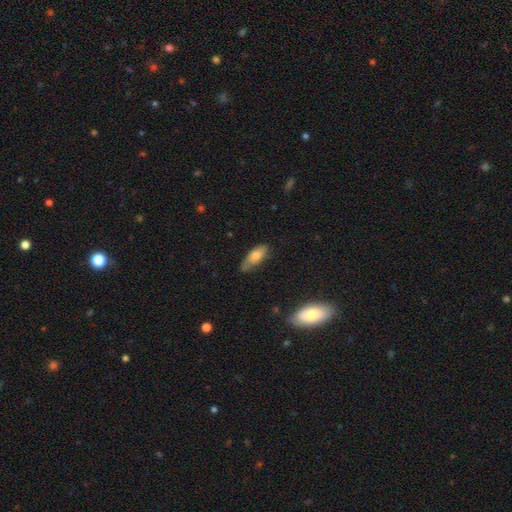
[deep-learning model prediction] This is likely a smooth galaxy (74%). How rounded: likely in between (73%). Merging: possibly none (59%).